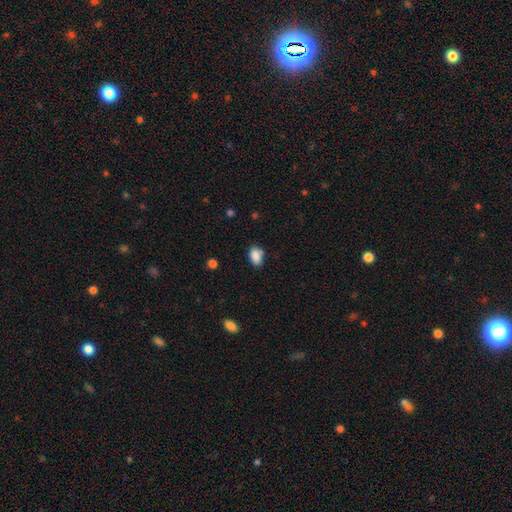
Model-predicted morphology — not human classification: smooth 86%, star or artifact 8%, featured or disk 5%. Down the decision tree: how rounded — in between (87%); merging — none (72%).